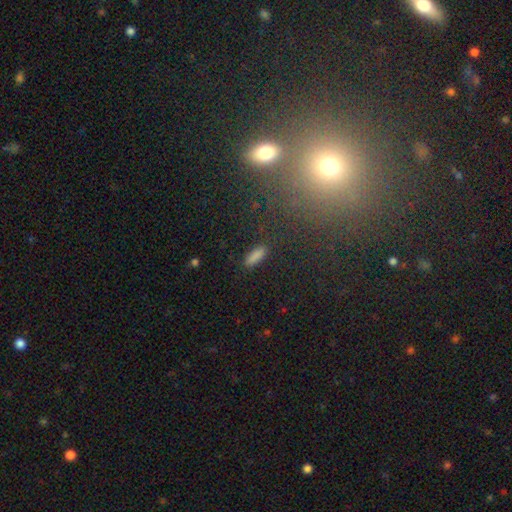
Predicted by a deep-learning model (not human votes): Overall: smooth (85%). How rounded: in between (56%; cigar-shaped 42%). Merging: none (87%).